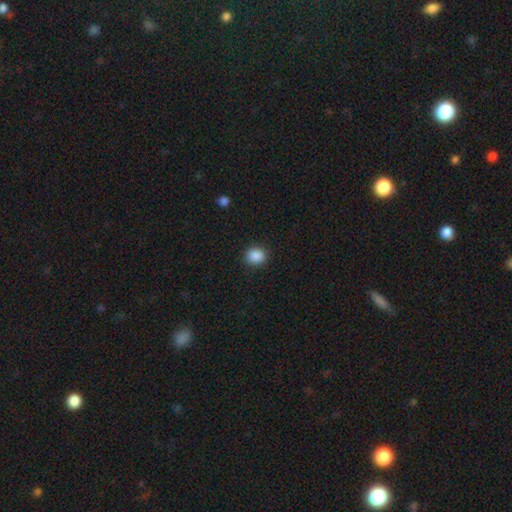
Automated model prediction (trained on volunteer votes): A smooth galaxy with no disk features (88%) that is round (76%).

Vote fractions:
- Smooth or featured? smooth: 88% / star or artifact: 9% / featured or disk: 3%
- How rounded? round: 76% / in between: 23% / cigar-shaped: 1%
- Merging? none: 91% / minor disturbance: 6% / major disturbance: 2% / merger: 1%